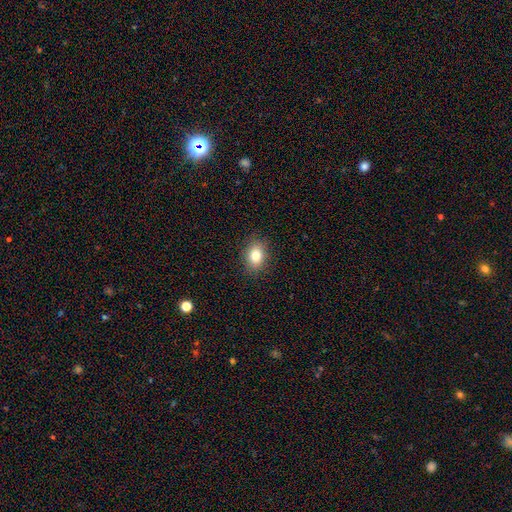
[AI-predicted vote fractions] This is clearly a smooth galaxy (81%). How rounded: likely in between (70%). Merging: clearly none (88%).